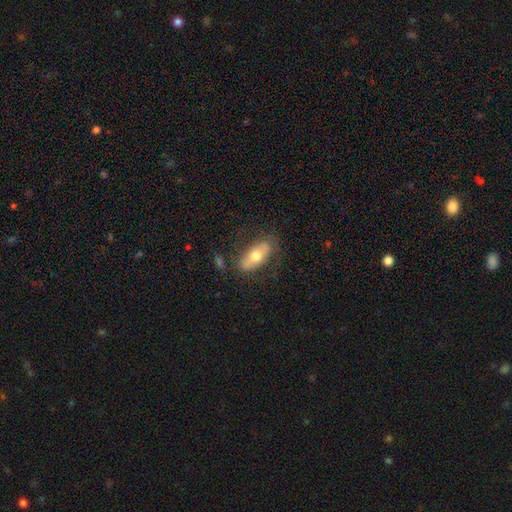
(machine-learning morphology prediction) Smooth or featured? Predicted: smooth (p=0.57). How rounded? Predicted: in between (p=0.85). Merging? Predicted: none (p=0.74).